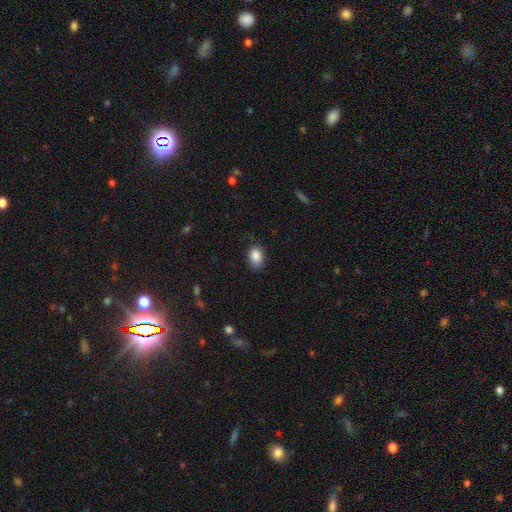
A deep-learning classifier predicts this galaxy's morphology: Smooth or featured? smooth (88%)
How rounded? in between (78%)
Merging? none (75%)